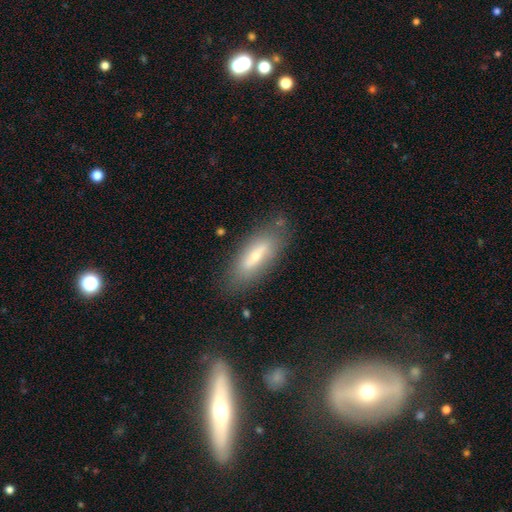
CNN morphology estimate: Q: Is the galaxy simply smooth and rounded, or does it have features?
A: smooth — 52%.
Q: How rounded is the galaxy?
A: in between — 56%.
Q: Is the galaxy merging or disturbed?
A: none — 79%.